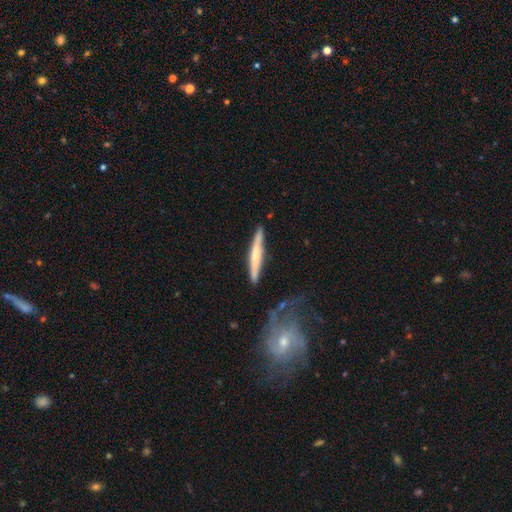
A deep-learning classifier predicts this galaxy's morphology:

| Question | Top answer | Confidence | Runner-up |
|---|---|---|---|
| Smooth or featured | featured or disk | 48% | smooth (47%) |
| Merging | none | 81% | minor disturbance (13%) |